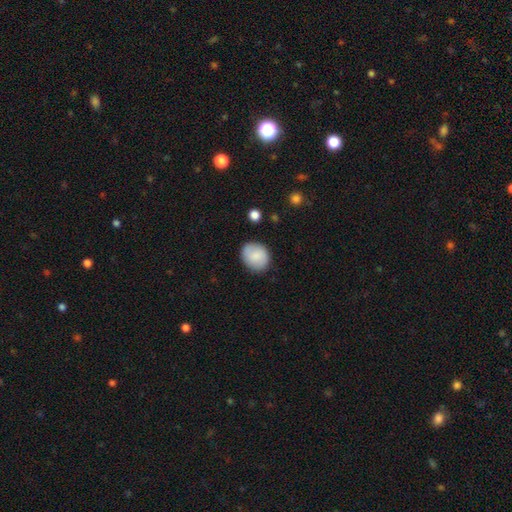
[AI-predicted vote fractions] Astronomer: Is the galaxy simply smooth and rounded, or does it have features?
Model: smooth — 81%.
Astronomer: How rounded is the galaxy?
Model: round — 69%.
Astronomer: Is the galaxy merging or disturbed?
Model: none — 84%.